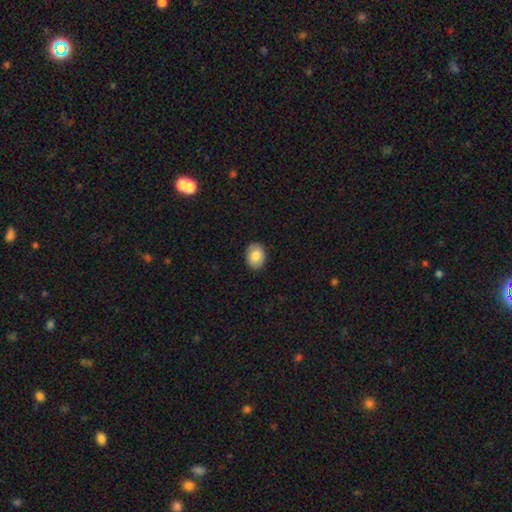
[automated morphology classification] The model was most divided on "how rounded": in between: 71%, round: 28%, cigar-shaped: 1%. More confident: merging — none (90%); smooth or featured — smooth (83%).